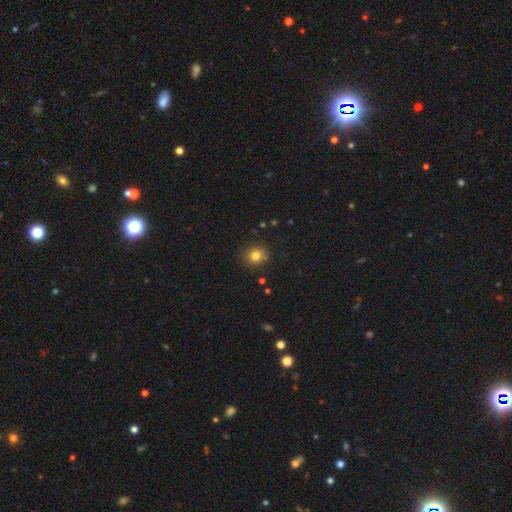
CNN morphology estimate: smooth-or-featured: smooth: 80% | star or artifact: 13% | featured or disk: 7%
  how-rounded: round: 81% | in between: 18% | cigar-shaped: 1%
  merging: none: 84% | minor disturbance: 11% | merger: 3% | major disturbance: 3%